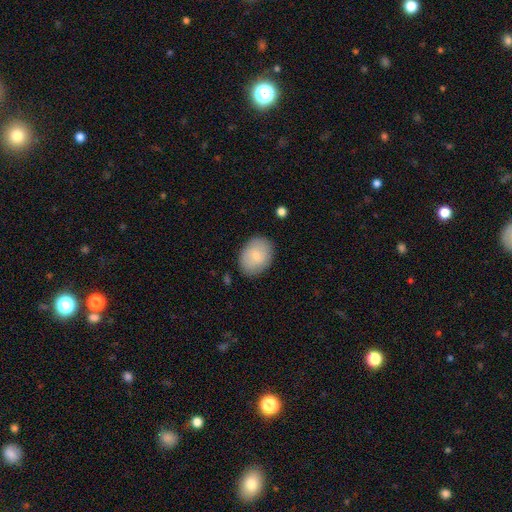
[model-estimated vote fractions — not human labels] Morphology: type=smooth (75%); roundness=in between (66%); merging=none (84%).